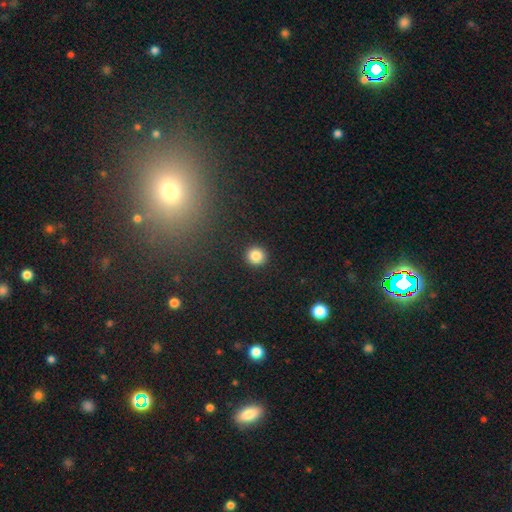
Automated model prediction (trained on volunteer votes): This appears to be a smooth galaxy with no disk features (85%) that is round (93%). Merging: none (92%).